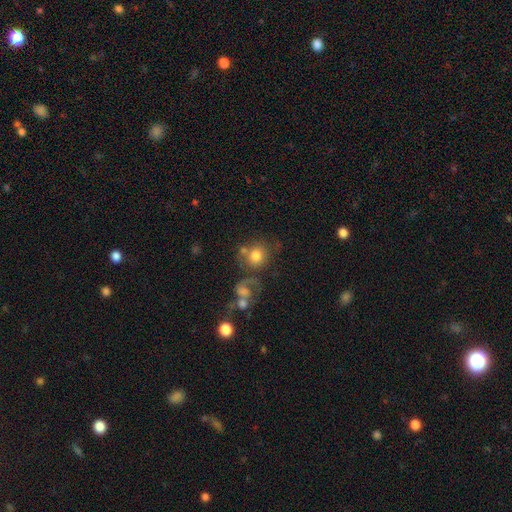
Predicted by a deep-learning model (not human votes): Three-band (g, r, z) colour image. It shows a smooth galaxy with no disk features (72%) that is round (79%). Merging: none (43%).